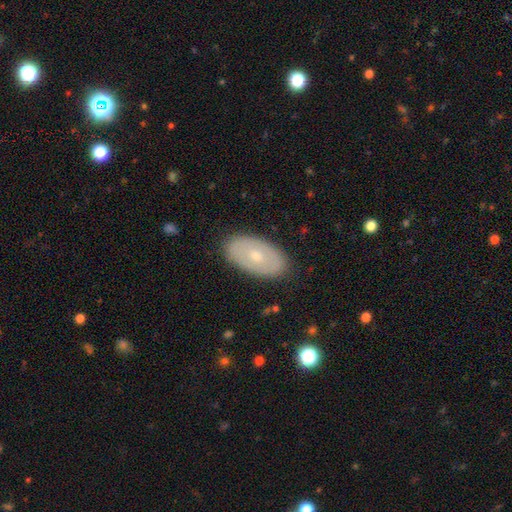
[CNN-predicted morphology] A smooth galaxy with no disk features (49%). Merging: none (86%).